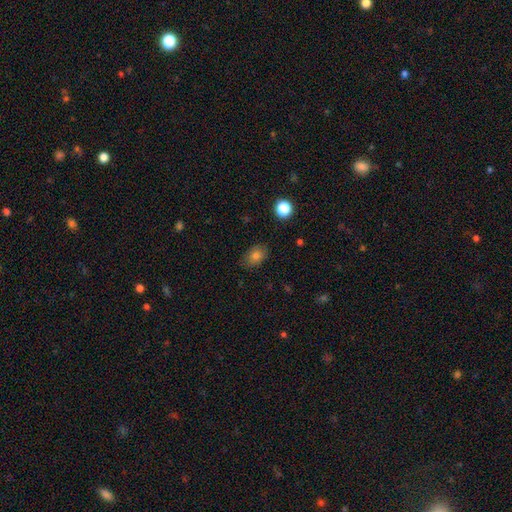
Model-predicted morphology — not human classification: Smooth or featured: smooth — 80% (star or artifact — 12%)
How rounded: in between — 74% (round — 25%)
Merging: none — 82% (minor disturbance — 13%)